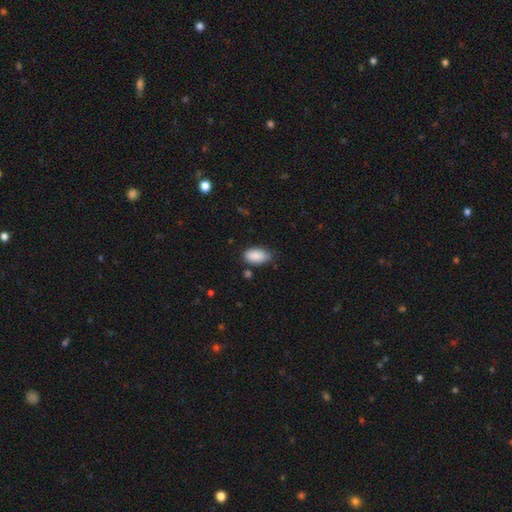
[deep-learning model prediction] Morphology: type=smooth (89%); roundness=in between (94%); merging=none (70%).